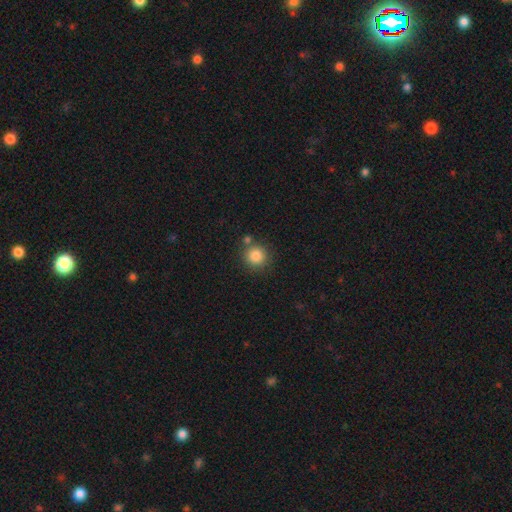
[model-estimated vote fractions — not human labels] This appears to be a smooth galaxy with no disk features (85%) that is round (93%). Merging: none (76%).